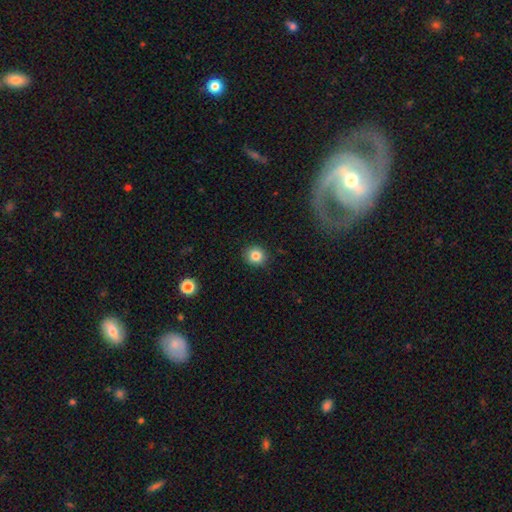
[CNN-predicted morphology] Q: Smooth or featured?
A: smooth (84%); runner-up: star or artifact (10%)
Q: How rounded?
A: round (85%); runner-up: in between (14%)
Q: Merging?
A: none (90%); runner-up: minor disturbance (7%)